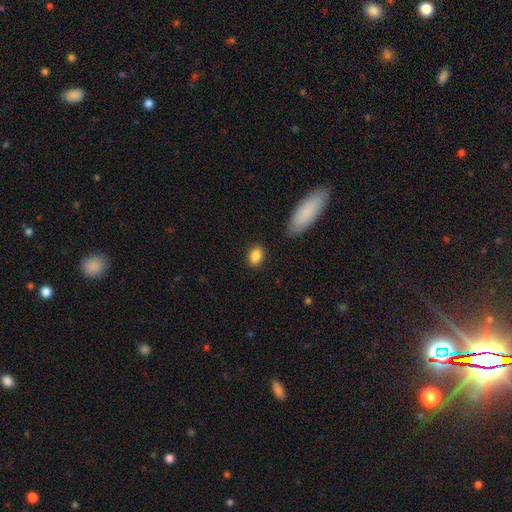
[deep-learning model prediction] The model was most divided on "how rounded": in between: 76%, round: 22%, cigar-shaped: 2%. More confident: smooth or featured — smooth (86%); merging — none (86%).